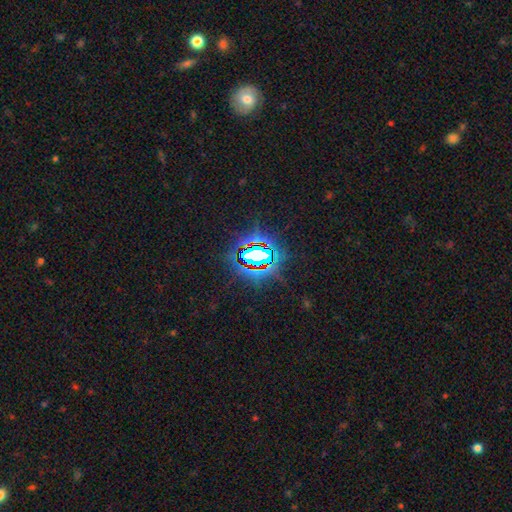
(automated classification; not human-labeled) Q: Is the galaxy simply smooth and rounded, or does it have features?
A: star or artifact — 77%.